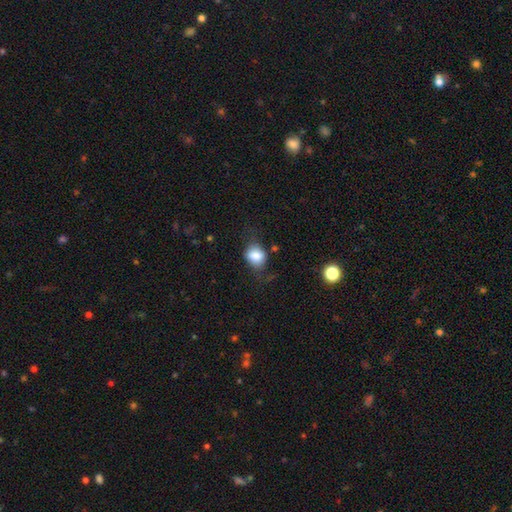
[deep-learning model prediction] This appears to be a smooth galaxy with no disk features (78%) that is in between round and cigar-shaped (50%). Merging: none (54%).